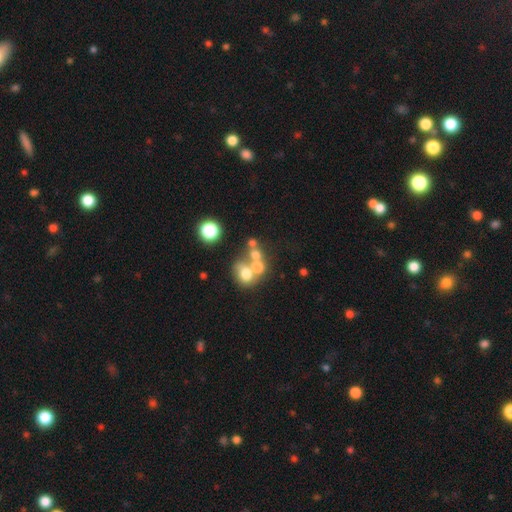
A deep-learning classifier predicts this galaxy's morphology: Smooth or featured: smooth — 60% (featured or disk — 22%)
How rounded: round — 72% (in between — 27%)
Merging: merger — 50% (none — 35%)